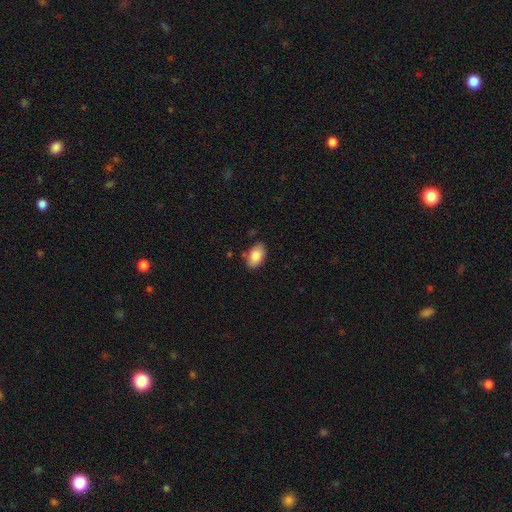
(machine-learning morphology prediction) This is clearly a smooth galaxy (84%). How rounded: clearly in between (92%). Merging: clearly none (83%).